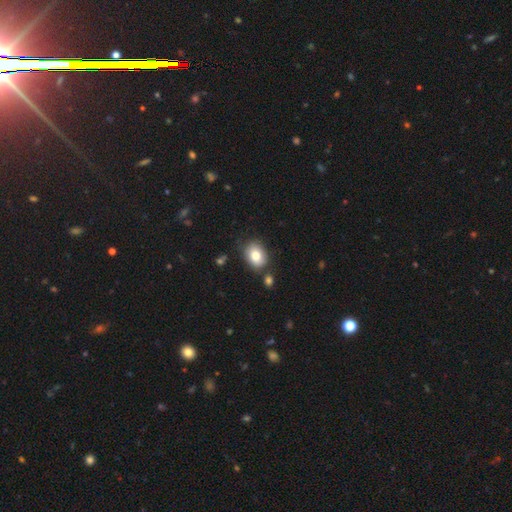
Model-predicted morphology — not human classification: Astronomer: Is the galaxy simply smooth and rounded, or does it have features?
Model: smooth — 81%.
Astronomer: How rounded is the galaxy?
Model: in between — 69%.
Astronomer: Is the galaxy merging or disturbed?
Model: none — 76%.